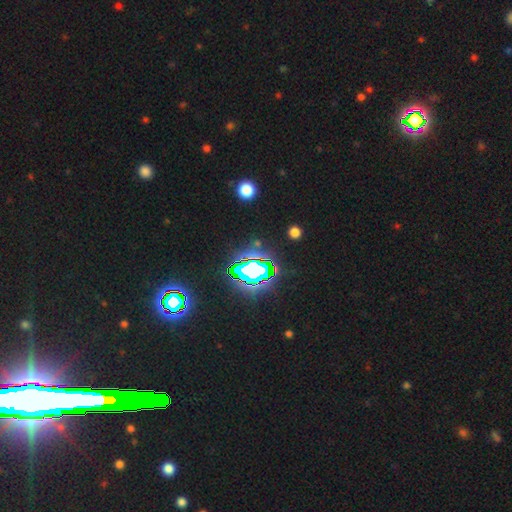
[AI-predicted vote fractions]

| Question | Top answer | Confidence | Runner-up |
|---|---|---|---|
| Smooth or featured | star or artifact | 82% | smooth (10%) |